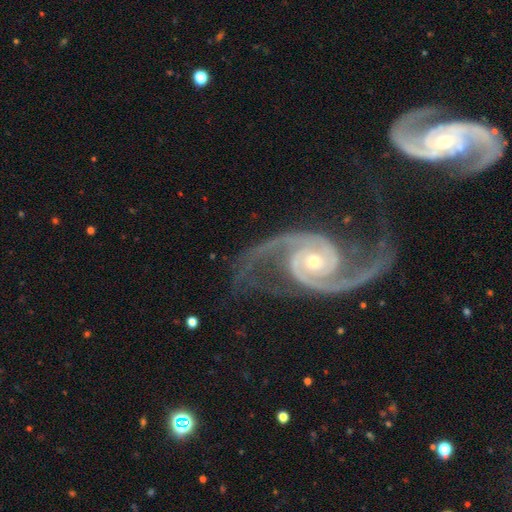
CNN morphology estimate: Smooth or featured? Predicted: featured or disk (p=0.93). Edge-on disk? Predicted: no (p=0.98). Bar? Predicted: no (p=0.51). Spiral arms? Predicted: yes (p=0.98). Spiral winding? Predicted: medium (p=0.57). Spiral arm count? Predicted: 2 (p=0.94). Bulge size? Predicted: small (p=0.58). Merging? Predicted: none (p=0.60).